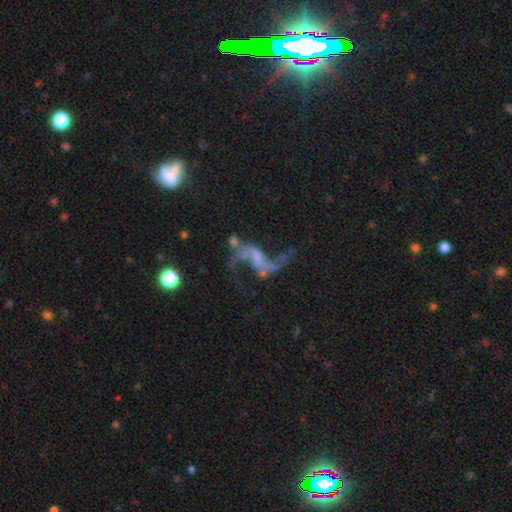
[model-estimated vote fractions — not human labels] A featured or disk galaxy (80%) with a weak bar (39%), 2 (89%) loose (87%) spiral arms (89%) and no central bulge (61%). Merging: none (47%).